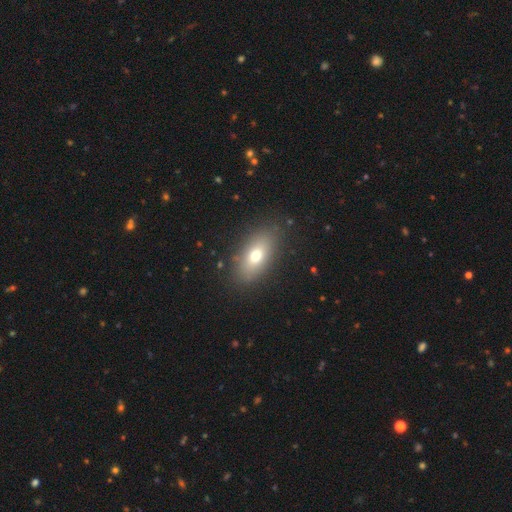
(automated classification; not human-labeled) smooth 71%, featured or disk 19%, star or artifact 10%. Down the decision tree: how rounded — in between (85%); merging — none (86%).